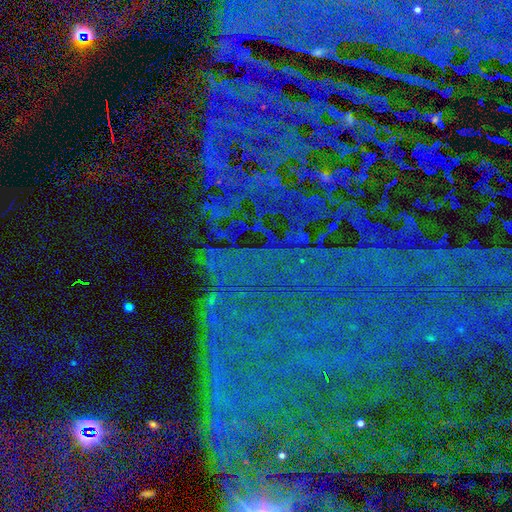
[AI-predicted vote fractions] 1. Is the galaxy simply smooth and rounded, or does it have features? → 86% star or artifact, 7% featured or disk, 6% smooth.